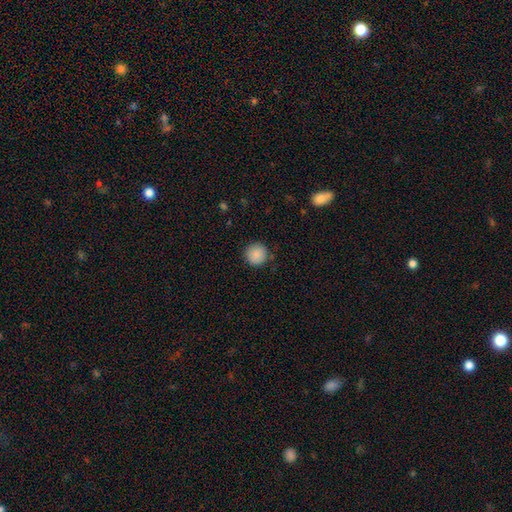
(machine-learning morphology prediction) The model was most divided on "merging": none: 87%, minor disturbance: 10%, major disturbance: 2%, merger: 1%. More confident: how rounded — round (94%); smooth or featured — smooth (88%).